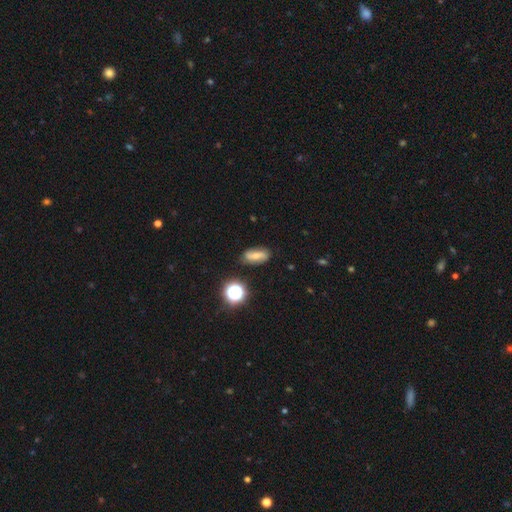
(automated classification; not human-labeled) Smooth or featured?
  - smooth: 52% *
  - featured or disk: 35%
  - star or artifact: 14%
How rounded?
  - in between: 72% *
  - cigar-shaped: 16%
  - round: 11%
Merging?
  - none: 82% *
  - minor disturbance: 12%
  - major disturbance: 3%
  - merger: 2%